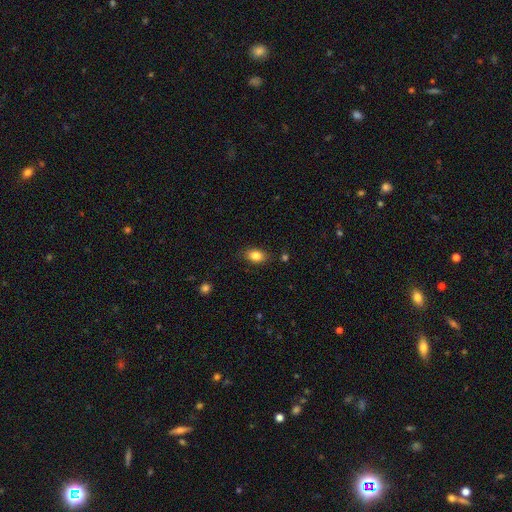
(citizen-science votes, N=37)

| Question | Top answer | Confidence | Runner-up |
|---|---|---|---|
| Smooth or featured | smooth | 86% | featured or disk (8%) |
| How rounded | in between | 94% | round (6%) |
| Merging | none | 83% | minor disturbance (9%) |